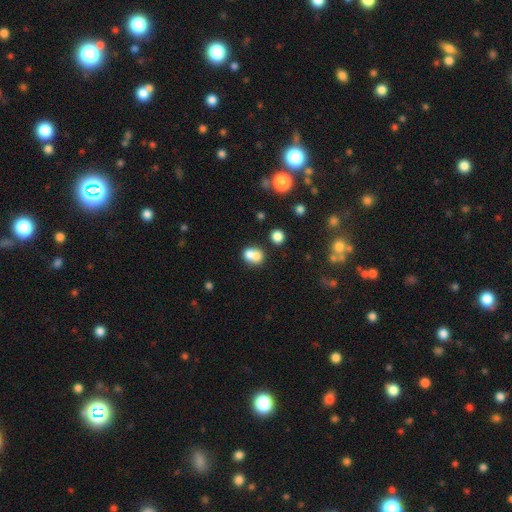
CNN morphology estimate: Smooth or featured: smooth — 72% (featured or disk — 17%)
How rounded: round — 65% (in between — 34%)
Merging: merger — 62% (none — 28%)